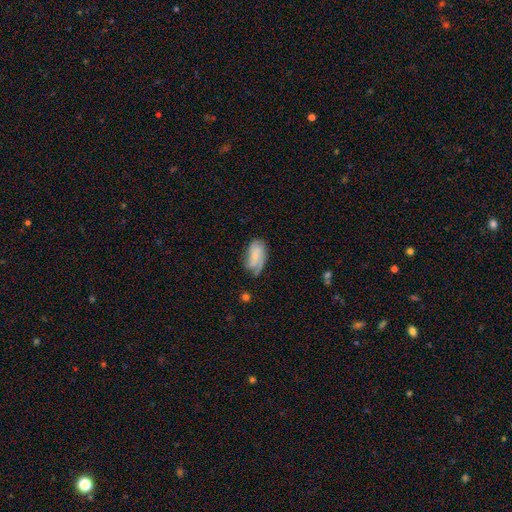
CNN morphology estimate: Overall: featured or disk (52%; smooth 40%). Edge-on disk: no (95%). Bar: no (59%; weak 33%). Spiral arms: yes (85%). Bulge size: small (56%; moderate 21%). Merging: none (53%; minor disturbance 29%).